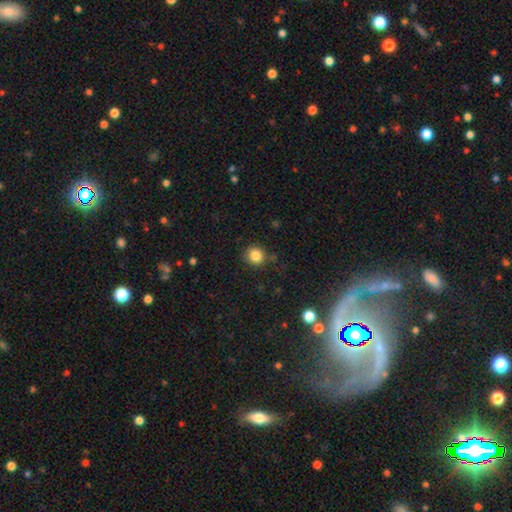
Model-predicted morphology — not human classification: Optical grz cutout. It shows a smooth galaxy with no disk features (84%) that is round (89%). Merging: none (84%).